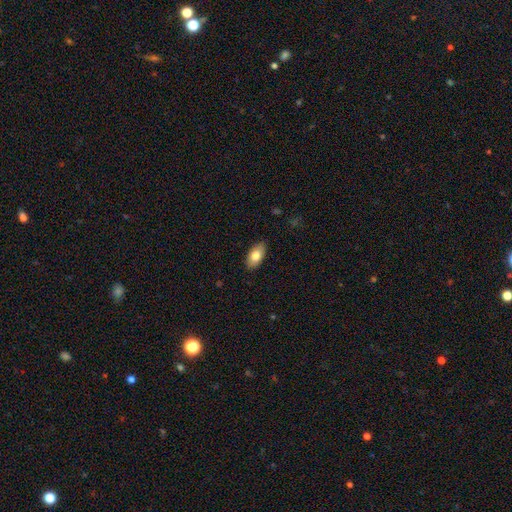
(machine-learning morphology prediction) This is likely a smooth galaxy (78%). How rounded: clearly in between (92%). Merging: clearly none (87%).